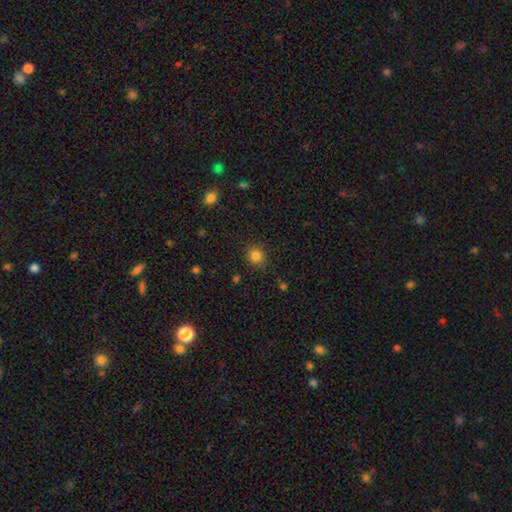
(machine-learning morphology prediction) The model was most divided on "how rounded": round: 84%, in between: 15%, cigar-shaped: 1%. More confident: merging — none (86%); smooth or featured — smooth (83%).